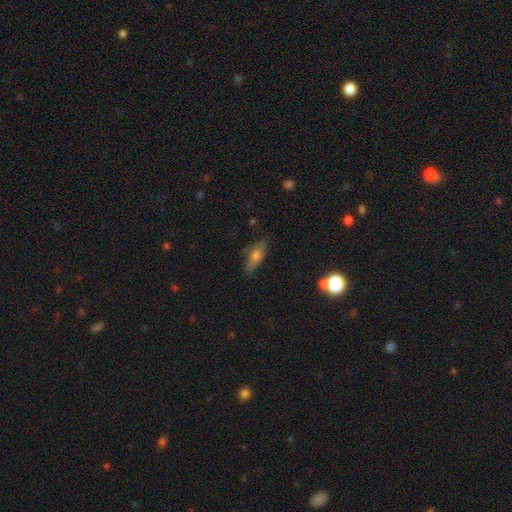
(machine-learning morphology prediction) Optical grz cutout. It shows a smooth galaxy with no disk features (59%) that is in between round and cigar-shaped (59%). Merging: none (75%).